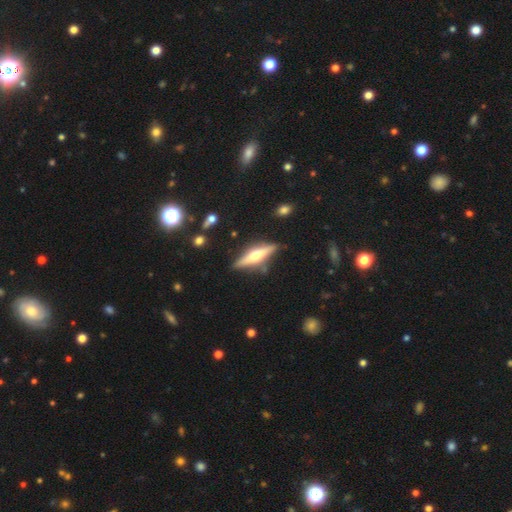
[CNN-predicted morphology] featured or disk 65%, smooth 29%, star or artifact 6%. Down the decision tree: edge-on disk — yes (95%); edge-on bulge — rounded (89%); merging — none (83%).